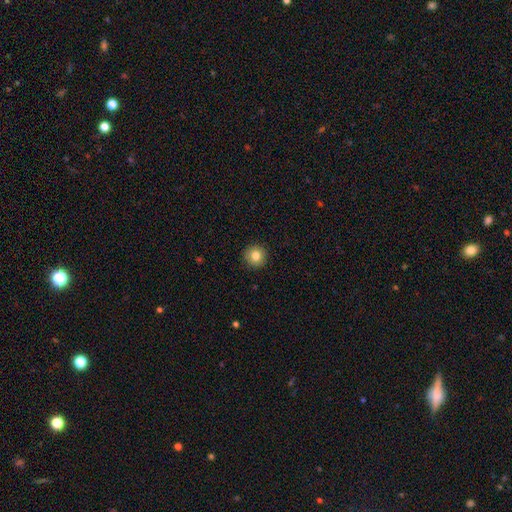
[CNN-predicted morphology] smooth_or_featured: smooth (p=0.82) [alt: star or artifact p=0.10]
how_rounded: round (p=0.96) [alt: in between p=0.03]
merging: none (p=0.93) [alt: minor disturbance p=0.05]